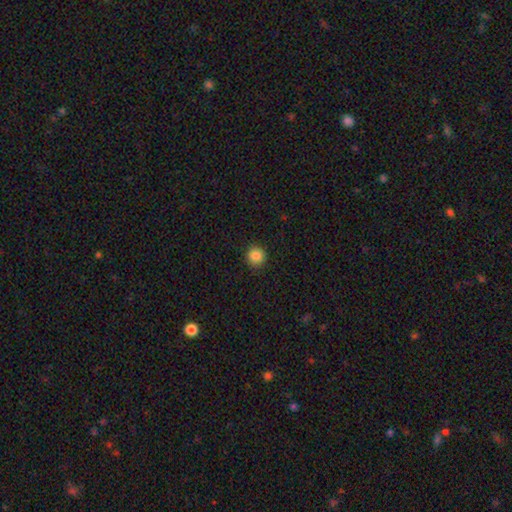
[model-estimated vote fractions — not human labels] This appears to be a smooth galaxy with no disk features (85%) that is round (92%). Merging: none (90%).